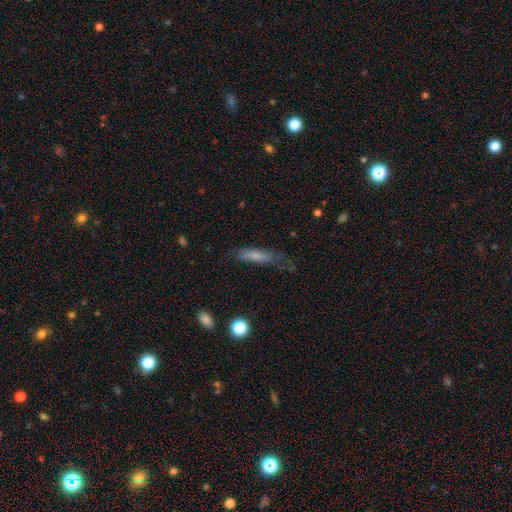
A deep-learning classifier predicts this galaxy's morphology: Smooth or featured: smooth — 69% (featured or disk — 22%)
How rounded: cigar-shaped — 71% (in between — 26%)
Merging: none — 48% (minor disturbance — 30%)